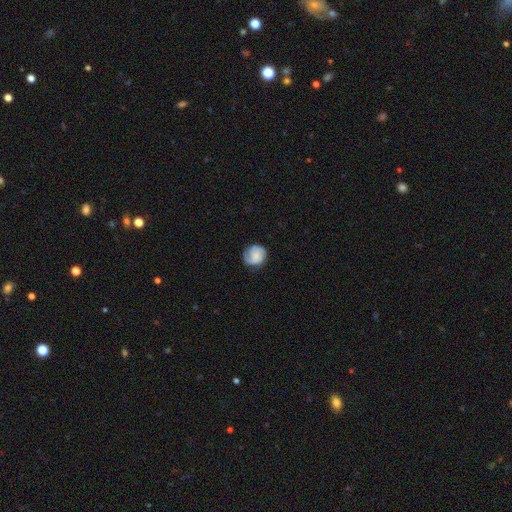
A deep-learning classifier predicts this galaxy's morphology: Q: Smooth or featured?
A: smooth (50%); runner-up: featured or disk (43%)
Q: Merging?
A: none (73%); runner-up: minor disturbance (19%)